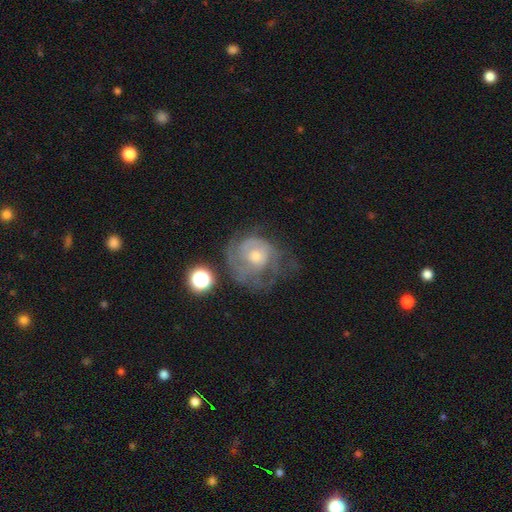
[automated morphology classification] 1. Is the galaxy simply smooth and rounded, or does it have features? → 67% featured or disk, 23% smooth, 10% star or artifact.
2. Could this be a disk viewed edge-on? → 97% no, 3% yes.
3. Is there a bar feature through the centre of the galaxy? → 79% no, 18% weak, 3% strong.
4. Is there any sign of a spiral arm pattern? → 72% yes, 28% no.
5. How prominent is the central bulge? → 56% moderate, 33% small, 7% large, 4% none, 1% dominant.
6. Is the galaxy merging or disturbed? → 46% none, 27% major disturbance, 24% minor disturbance, 4% merger.